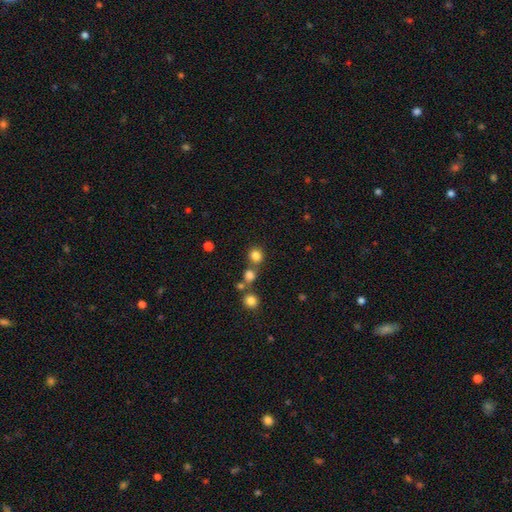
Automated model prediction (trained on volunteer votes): This is clearly a smooth galaxy (80%). How rounded: clearly round (86%). Merging: likely none (68%).